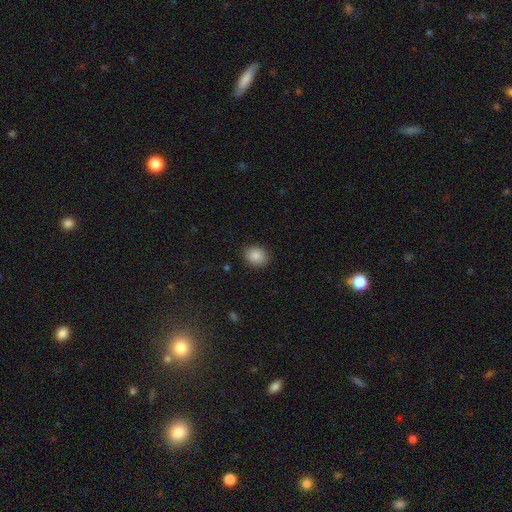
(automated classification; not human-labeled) A smooth galaxy with no disk features (87%) that is round (58%). Merging: none (87%).